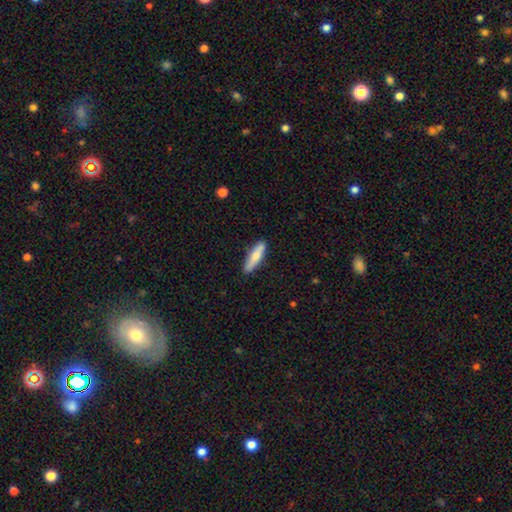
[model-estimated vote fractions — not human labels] Q: Smooth or featured?
A: smooth (70%); runner-up: featured or disk (24%)
Q: How rounded?
A: cigar-shaped (73%); runner-up: in between (25%)
Q: Merging?
A: none (86%); runner-up: minor disturbance (11%)